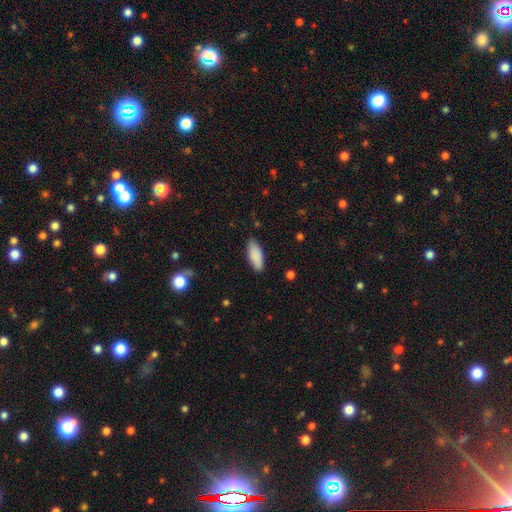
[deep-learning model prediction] Smooth or featured? Predicted: smooth (p=0.88). How rounded? Predicted: in between (p=0.78). Merging? Predicted: none (p=0.84).